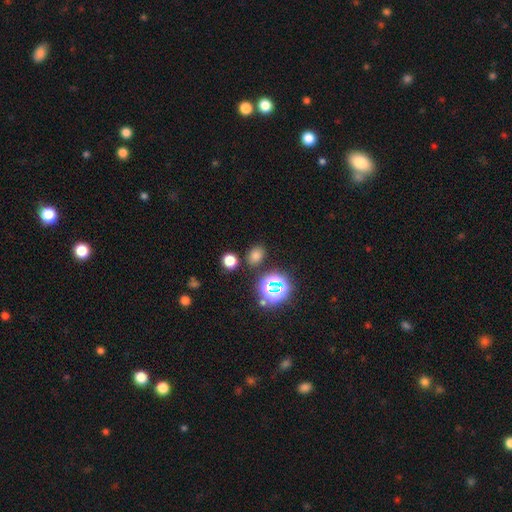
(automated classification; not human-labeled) Q: Smooth or featured?
A: smooth (68%); runner-up: star or artifact (25%)
Q: How rounded?
A: in between (61%); runner-up: round (38%)
Q: Merging?
A: none (82%); runner-up: minor disturbance (9%)